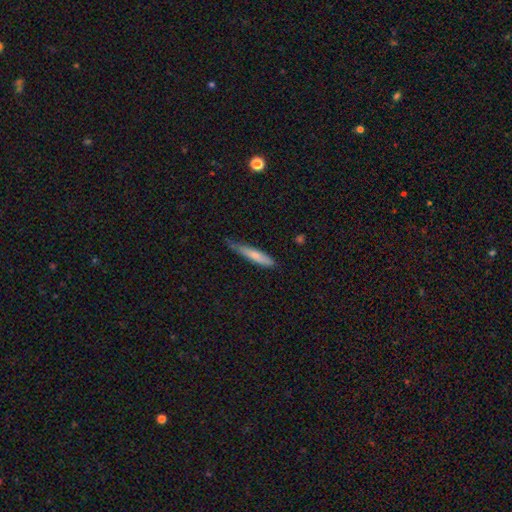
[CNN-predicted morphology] smooth-or-featured: smooth: 71% | featured or disk: 23% | star or artifact: 6%
  how-rounded: cigar-shaped: 87% | in between: 12% | round: 1%
  merging: none: 59% | minor disturbance: 33% | major disturbance: 6% | merger: 3%